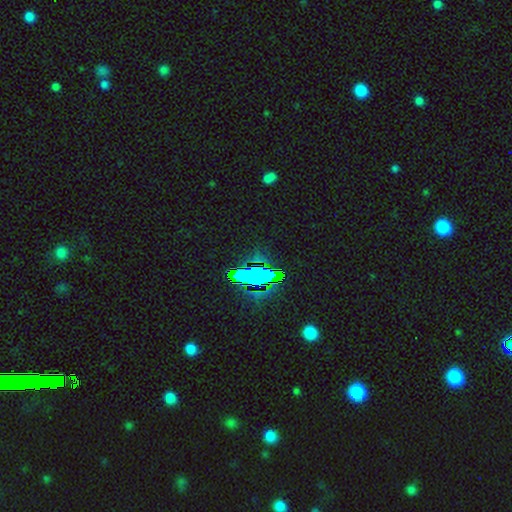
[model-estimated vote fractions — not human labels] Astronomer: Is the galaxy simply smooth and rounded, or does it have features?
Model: star or artifact — 79%.